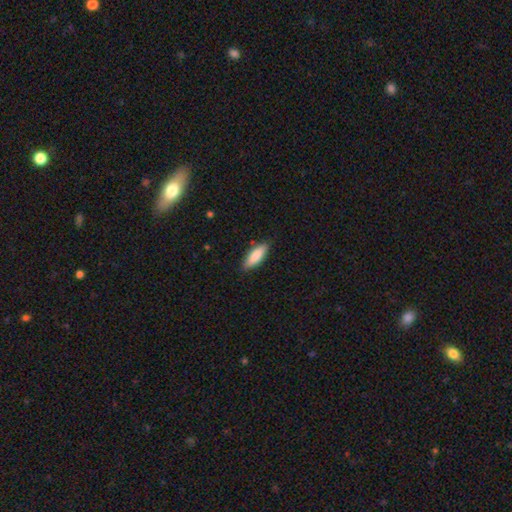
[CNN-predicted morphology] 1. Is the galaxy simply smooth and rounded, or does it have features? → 82% smooth, 12% featured or disk, 6% star or artifact.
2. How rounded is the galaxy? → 58% in between, 40% cigar-shaped, 2% round.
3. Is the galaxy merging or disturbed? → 85% none, 12% minor disturbance, 2% major disturbance, 1% merger.